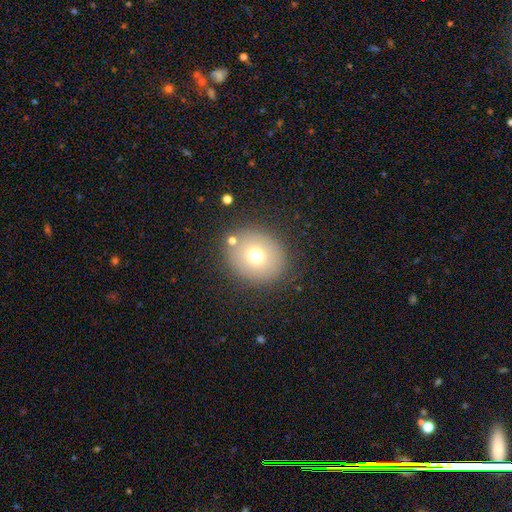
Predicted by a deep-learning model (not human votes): Morphology: type=smooth (70%); roundness=round (75%); merging=none (82%).